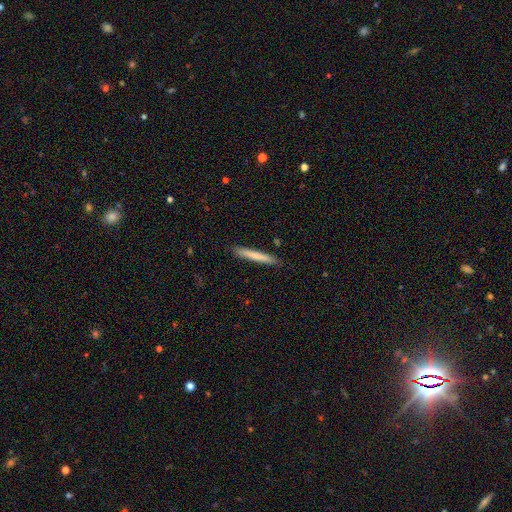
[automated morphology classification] This appears to be a smooth galaxy with no disk features (70%) that is cigar-shaped (96%). Merging: none (89%).